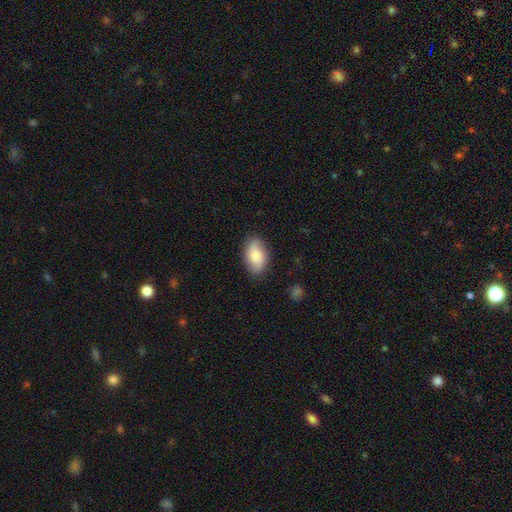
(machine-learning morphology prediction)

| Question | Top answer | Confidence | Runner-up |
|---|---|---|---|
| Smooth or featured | smooth | 76% | featured or disk (17%) |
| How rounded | in between | 93% | round (5%) |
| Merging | none | 82% | minor disturbance (13%) |